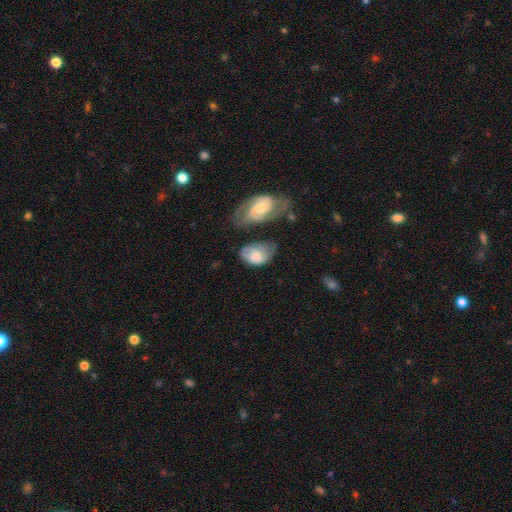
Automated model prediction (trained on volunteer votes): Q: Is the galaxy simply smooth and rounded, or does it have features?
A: smooth — 66%.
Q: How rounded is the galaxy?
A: in between — 84%.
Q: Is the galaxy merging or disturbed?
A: none — 33%.